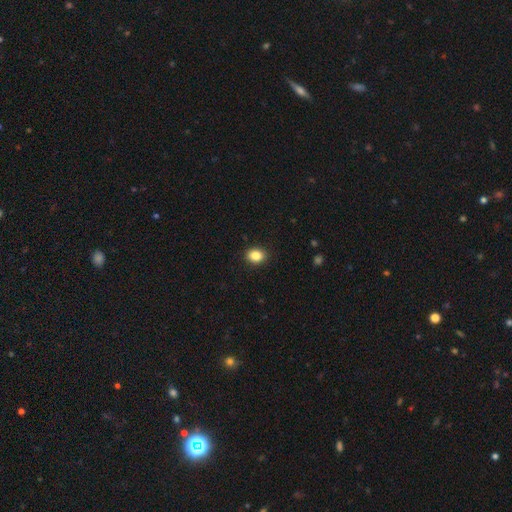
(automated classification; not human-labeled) Smooth or featured: smooth — 86% (star or artifact — 9%)
How rounded: in between — 55% (round — 44%)
Merging: none — 91% (minor disturbance — 7%)